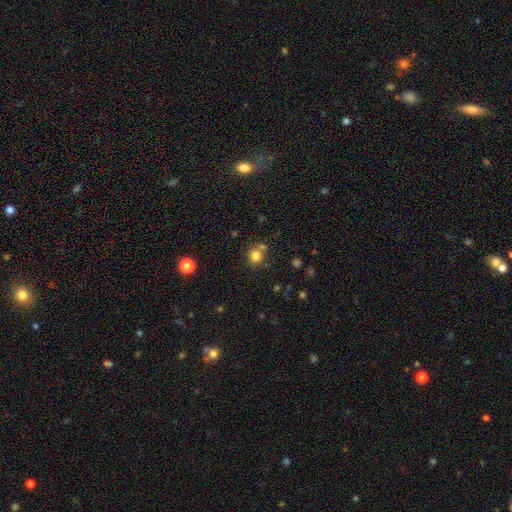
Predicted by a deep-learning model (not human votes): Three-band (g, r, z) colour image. It shows a smooth galaxy with no disk features (80%) that is round (86%). Merging: none (68%).